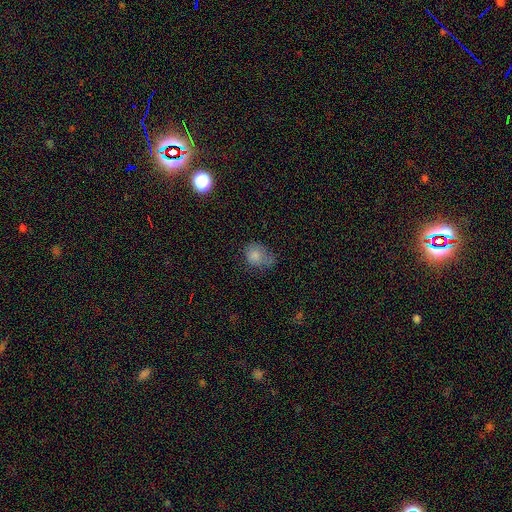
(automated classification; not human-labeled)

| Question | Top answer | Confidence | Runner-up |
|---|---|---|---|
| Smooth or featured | smooth | 79% | star or artifact (11%) |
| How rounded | in between | 51% | round (48%) |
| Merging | none | 40% | minor disturbance (34%) |